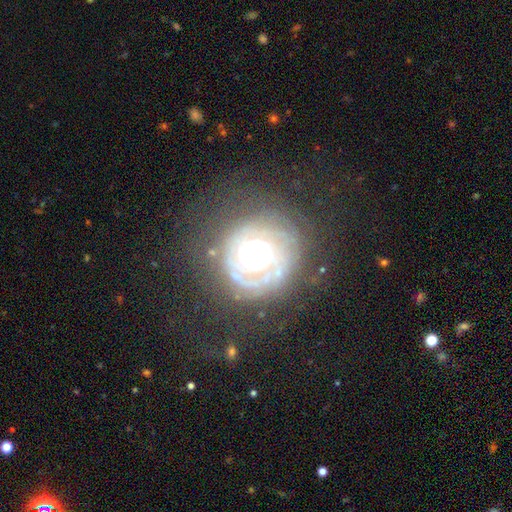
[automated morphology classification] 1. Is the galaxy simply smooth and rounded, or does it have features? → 79% featured or disk, 13% smooth, 8% star or artifact.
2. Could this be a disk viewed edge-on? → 97% no, 3% yes.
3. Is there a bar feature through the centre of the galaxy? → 82% no, 13% weak, 5% strong.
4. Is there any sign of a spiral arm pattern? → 82% yes, 18% no.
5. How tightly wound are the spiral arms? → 79% tight, 16% medium, 6% loose.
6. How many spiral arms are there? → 41% can't tell, 21% 2, 13% 3, 12% 1, 7% 4, 6% more than 4.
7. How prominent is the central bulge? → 48% moderate, 37% large, 7% small, 7% dominant, 1% none.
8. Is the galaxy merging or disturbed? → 70% none, 17% minor disturbance, 12% major disturbance, 2% merger.